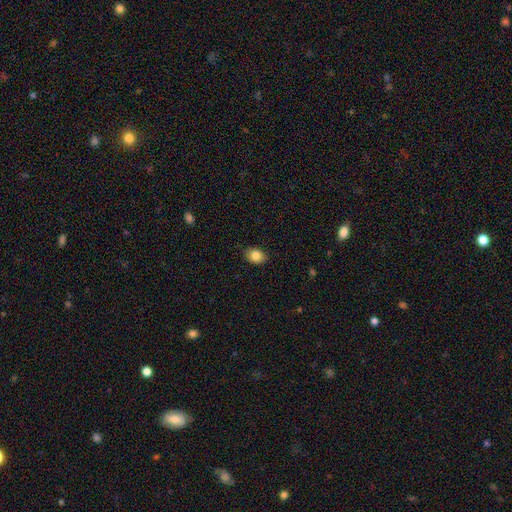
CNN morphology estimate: Smooth or featured: smooth — 84% (star or artifact — 9%)
How rounded: in between — 70% (round — 29%)
Merging: none — 87% (minor disturbance — 10%)